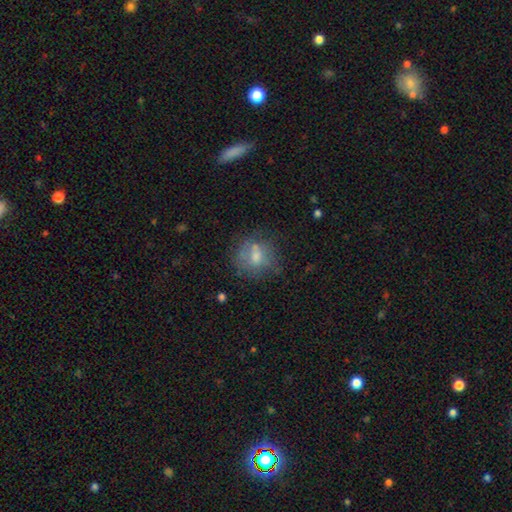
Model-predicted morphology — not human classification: The model was most divided on "smooth or featured": smooth: 55%, featured or disk: 32%, star or artifact: 12%. More confident: how rounded — round (74%); merging — none (54%).